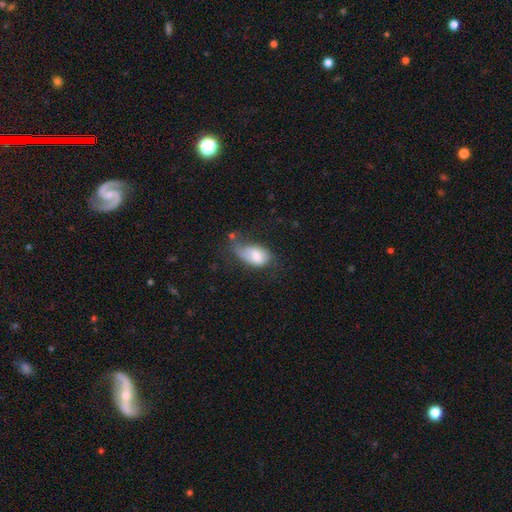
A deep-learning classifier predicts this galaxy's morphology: Smooth or featured? Predicted: smooth (p=0.66). How rounded? Predicted: in between (p=0.90). Merging? Predicted: minor disturbance (p=0.34).